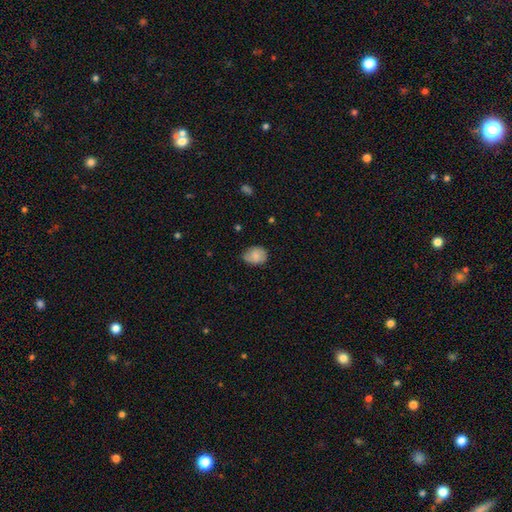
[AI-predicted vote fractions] Overall: smooth (74%). How rounded: in between (57%; round 42%). Merging: none (65%; minor disturbance 28%).